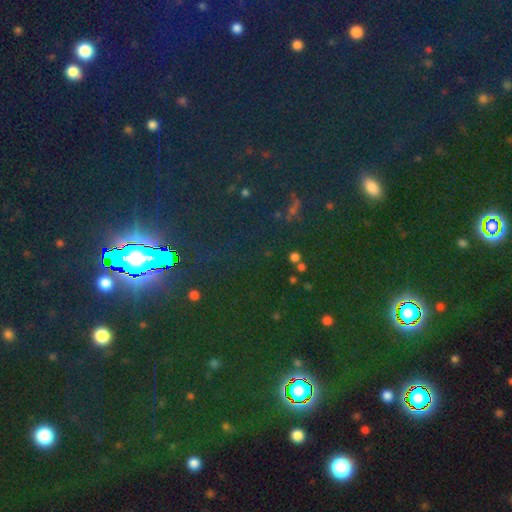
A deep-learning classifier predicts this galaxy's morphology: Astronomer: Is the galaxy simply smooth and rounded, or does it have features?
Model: star or artifact — 77%.